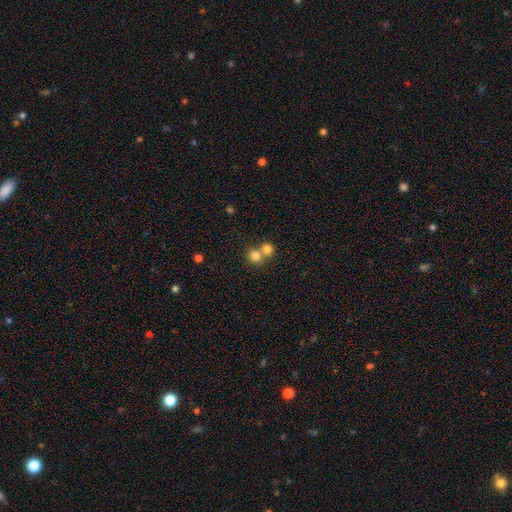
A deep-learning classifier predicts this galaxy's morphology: smooth-or-featured: smooth: 80% | star or artifact: 12% | featured or disk: 8%
  how-rounded: round: 88% | in between: 11% | cigar-shaped: 1%
  merging: merger: 50% | none: 43% | minor disturbance: 5% | major disturbance: 2%